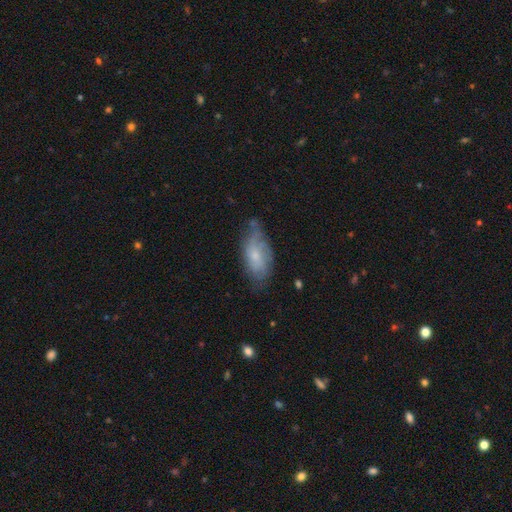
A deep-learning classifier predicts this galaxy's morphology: Overall: smooth (51%; featured or disk 42%). How rounded: in between (87%). Merging: none (51%; minor disturbance 35%).